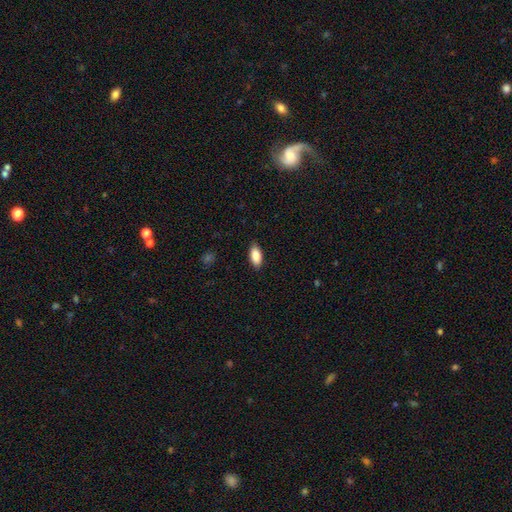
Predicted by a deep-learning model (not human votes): The model was most divided on "merging": none: 88%, minor disturbance: 9%, major disturbance: 2%, merger: 1%. More confident: how rounded — in between (89%); smooth or featured — smooth (87%).